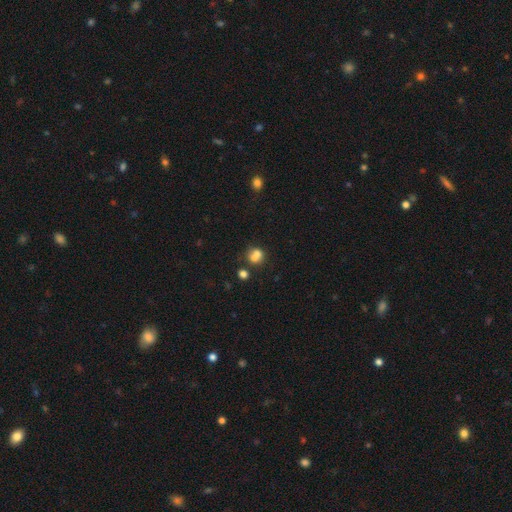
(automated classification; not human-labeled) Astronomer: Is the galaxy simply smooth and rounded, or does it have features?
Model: smooth — 72%.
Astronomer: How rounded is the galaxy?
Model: round — 72%.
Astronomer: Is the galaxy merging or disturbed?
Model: merger — 49% (runner-up: none, 37%).